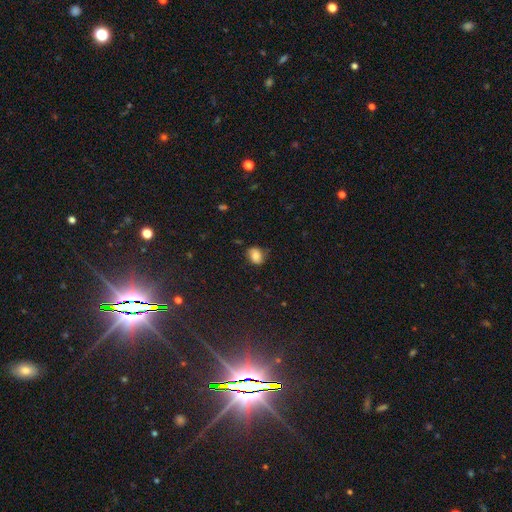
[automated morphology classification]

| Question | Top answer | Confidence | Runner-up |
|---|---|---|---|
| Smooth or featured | smooth | 80% | star or artifact (10%) |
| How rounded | in between | 63% | round (36%) |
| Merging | none | 73% | minor disturbance (21%) |